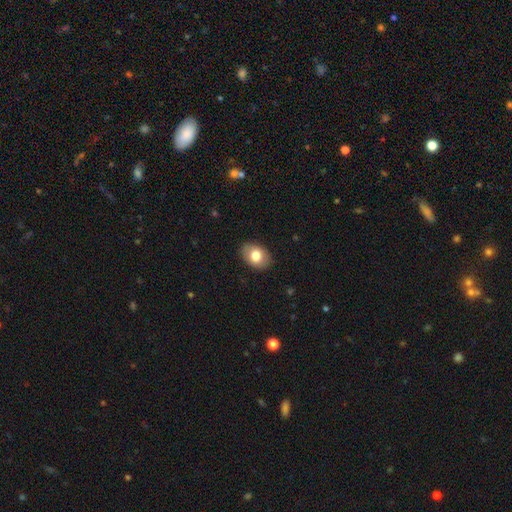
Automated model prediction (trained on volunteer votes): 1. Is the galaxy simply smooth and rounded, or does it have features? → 78% smooth, 15% featured or disk, 7% star or artifact.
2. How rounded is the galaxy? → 79% in between, 20% round, 1% cigar-shaped.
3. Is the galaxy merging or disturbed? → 87% none, 10% minor disturbance, 2% major disturbance, 1% merger.